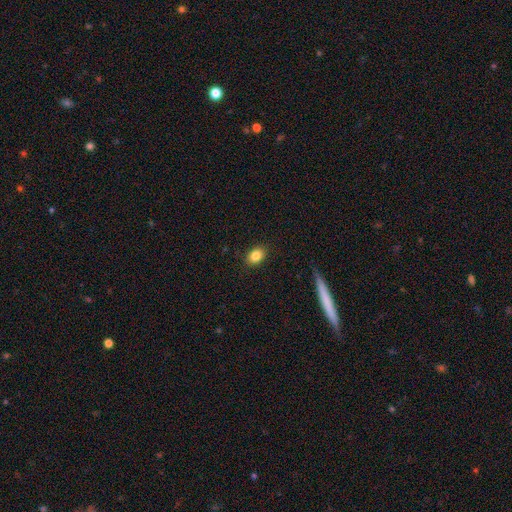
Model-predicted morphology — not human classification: Smooth or featured? smooth (84%)
How rounded? in between (73%)
Merging? none (88%)